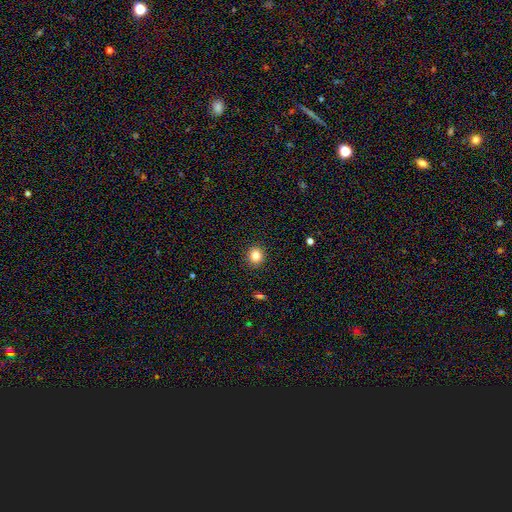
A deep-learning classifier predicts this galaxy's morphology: Smooth or featured: smooth — 84% (star or artifact — 11%)
How rounded: round — 85% (in between — 14%)
Merging: none — 90% (minor disturbance — 7%)